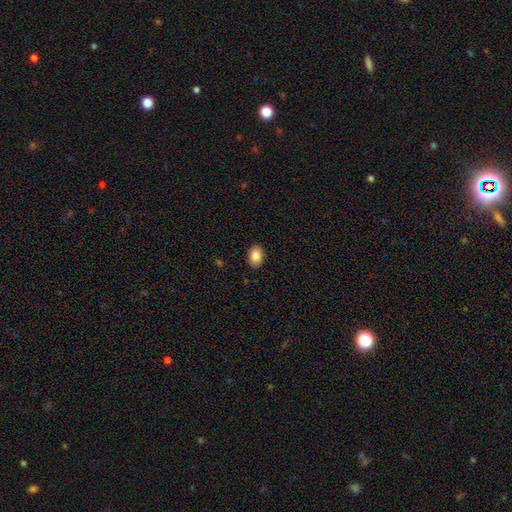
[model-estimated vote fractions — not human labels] Smooth or featured? Predicted: smooth (p=0.86). How rounded? Predicted: in between (p=0.81). Merging? Predicted: none (p=0.89).